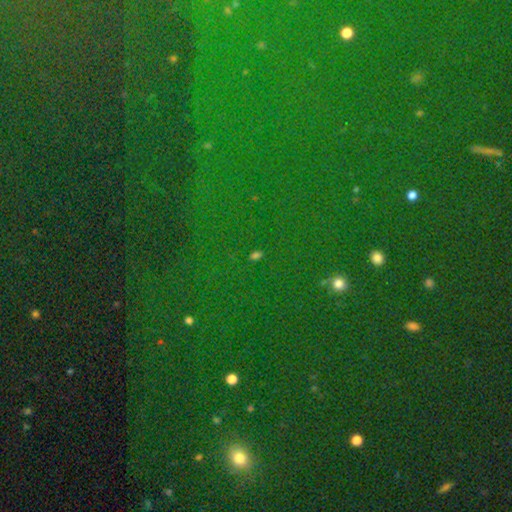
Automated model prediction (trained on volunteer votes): star or artifact 79%, smooth 13%, featured or disk 8%.